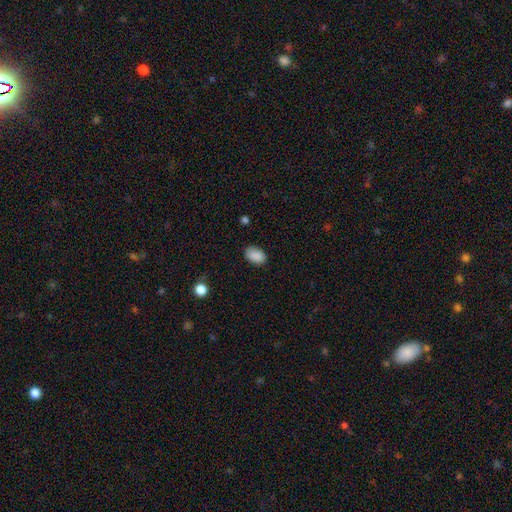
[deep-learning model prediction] The model was most divided on "merging": none: 83%, minor disturbance: 13%, major disturbance: 3%, merger: 1%. More confident: smooth or featured — smooth (89%); how rounded — in between (88%).